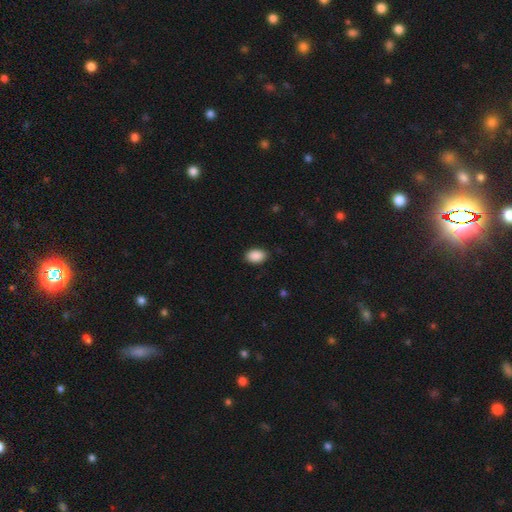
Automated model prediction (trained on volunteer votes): smooth 90%, star or artifact 7%, featured or disk 3%. Down the decision tree: how rounded — in between (90%); merging — none (88%).